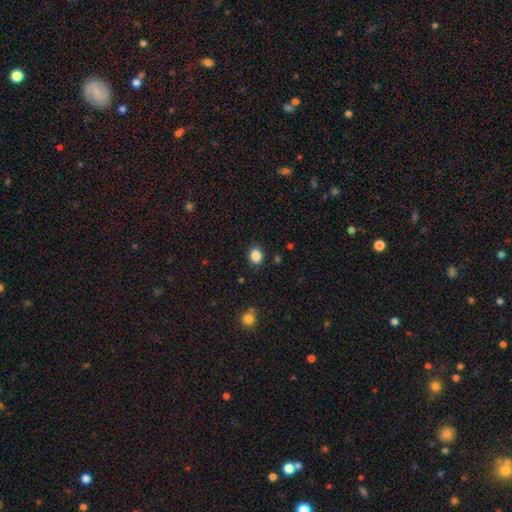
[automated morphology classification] Q: Smooth or featured?
A: smooth (86%); runner-up: star or artifact (11%)
Q: How rounded?
A: round (69%); runner-up: in between (30%)
Q: Merging?
A: none (88%); runner-up: minor disturbance (8%)